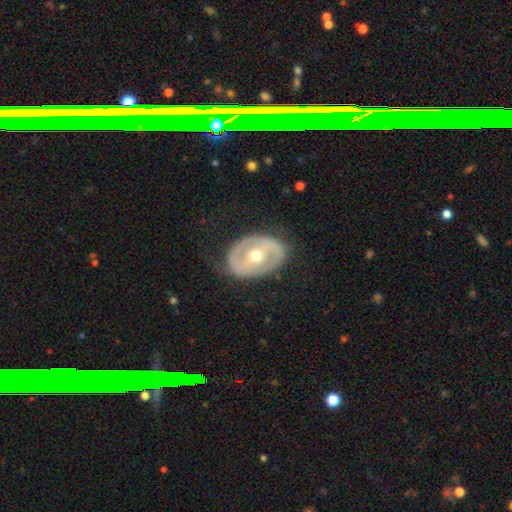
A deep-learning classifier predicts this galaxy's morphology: This appears to be a featured or disk galaxy (70%) with a strong bar (35%), no spiral arms (60%) and a moderate central bulge (70%). Merging: none (75%).